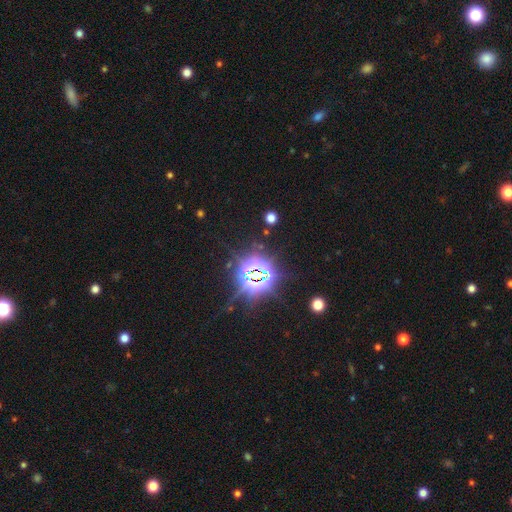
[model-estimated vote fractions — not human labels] Morphology: type=star or artifact (84%).